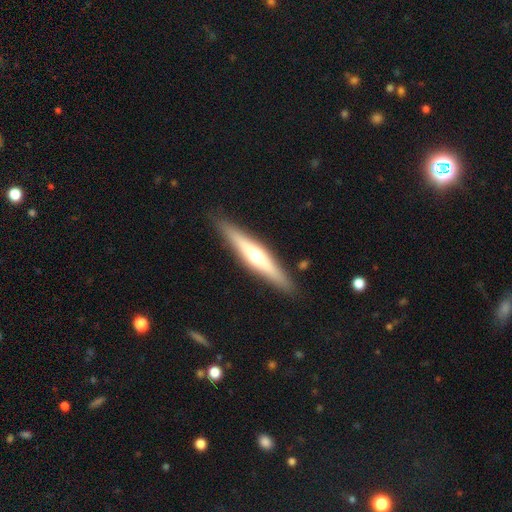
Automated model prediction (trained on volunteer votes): Smooth or featured? Predicted: featured or disk (p=0.60). Edge-on disk? Predicted: yes (p=0.94). Edge-on bulge? Predicted: rounded (p=0.89). Merging? Predicted: none (p=0.89).